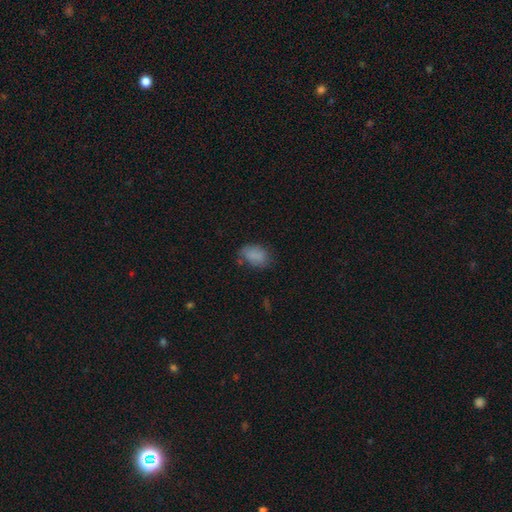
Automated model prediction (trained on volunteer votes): A smooth galaxy with no disk features (83%) that is in between round and cigar-shaped (83%). Merging: none (65%).